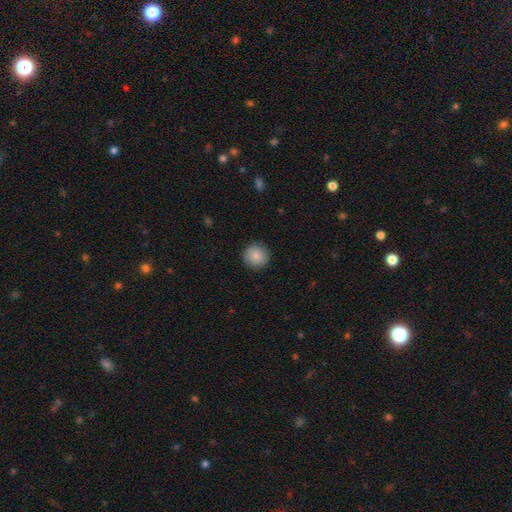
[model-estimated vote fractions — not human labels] This appears to be a smooth galaxy with no disk features (87%) that is round (94%). Merging: none (90%).